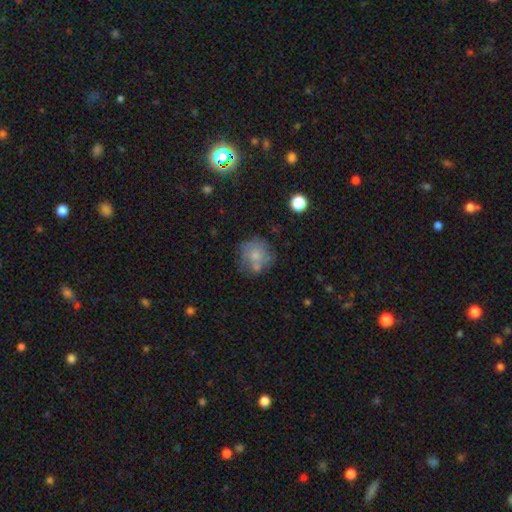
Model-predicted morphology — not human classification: A smooth galaxy with no disk features (64%) that is round (86%).

Vote fractions:
- Smooth or featured? smooth: 64% / featured or disk: 26% / star or artifact: 10%
- How rounded? round: 86% / in between: 13% / cigar-shaped: 1%
- Merging? none: 58% / minor disturbance: 21% / merger: 11% / major disturbance: 9%